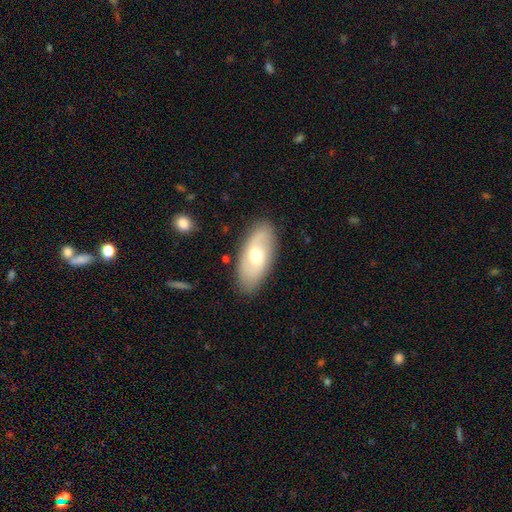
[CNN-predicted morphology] Smooth or featured? featured or disk (50%)
Edge-on disk? no (88%)
Merging? none (85%)